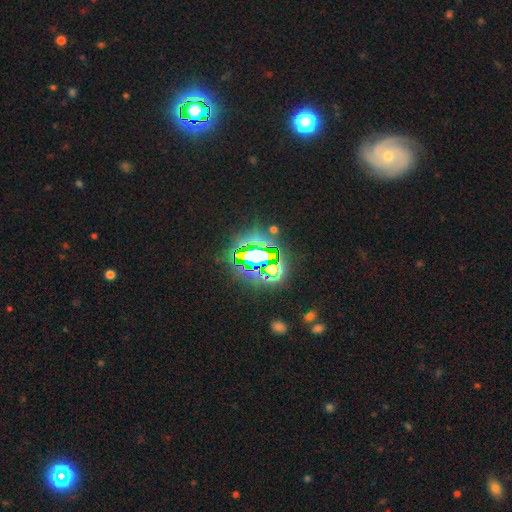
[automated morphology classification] Smooth or featured? Predicted: star or artifact (p=0.76).